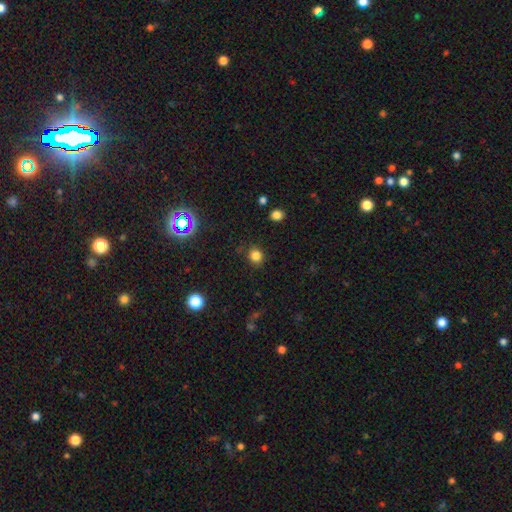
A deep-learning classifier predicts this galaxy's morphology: Q: Smooth or featured?
A: smooth (80%); runner-up: star or artifact (15%)
Q: How rounded?
A: round (82%); runner-up: in between (17%)
Q: Merging?
A: none (84%); runner-up: minor disturbance (11%)